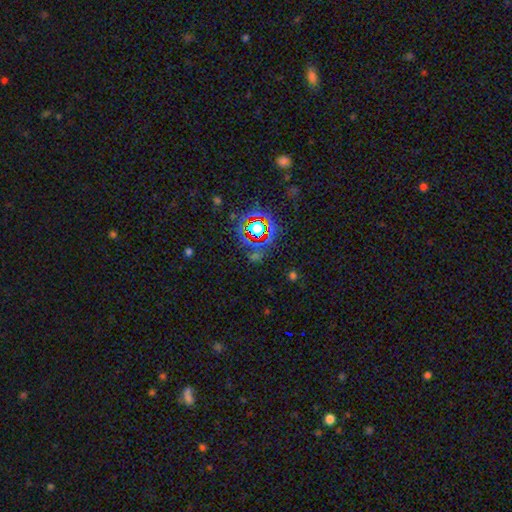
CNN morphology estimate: A star or artifact, not a galaxy (70%).